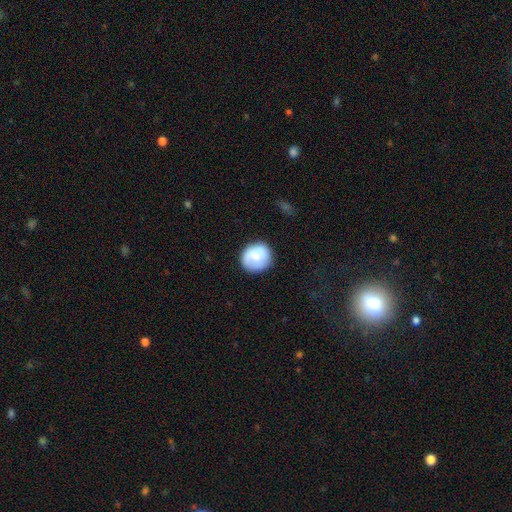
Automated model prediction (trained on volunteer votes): Q: Smooth or featured?
A: smooth (75%); runner-up: featured or disk (19%)
Q: How rounded?
A: round (86%); runner-up: in between (13%)
Q: Merging?
A: none (81%); runner-up: minor disturbance (14%)